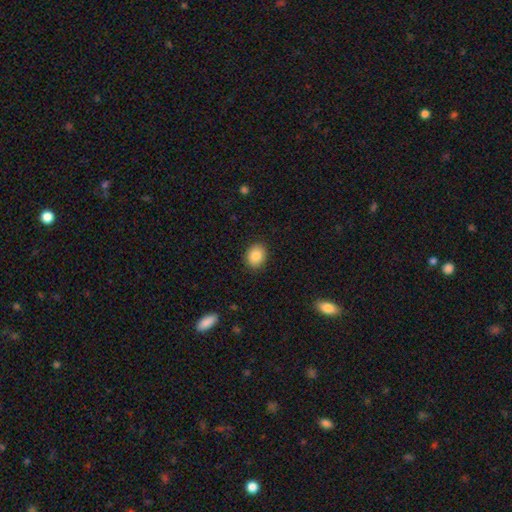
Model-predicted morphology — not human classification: smooth_or_featured: smooth (p=0.87) [alt: star or artifact p=0.08]
how_rounded: round (p=0.52) [alt: in between p=0.47]
merging: none (p=0.89) [alt: minor disturbance p=0.08]